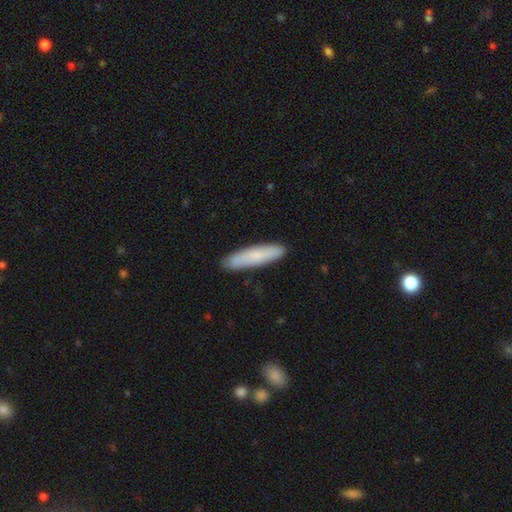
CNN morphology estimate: Smooth or featured? smooth (75%)
How rounded? cigar-shaped (82%)
Merging? none (89%)